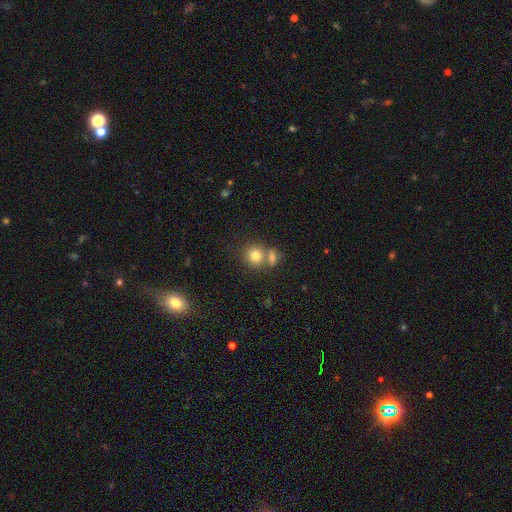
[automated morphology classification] This is likely a smooth galaxy (79%). How rounded: clearly round (83%). Merging: possibly none (51%).